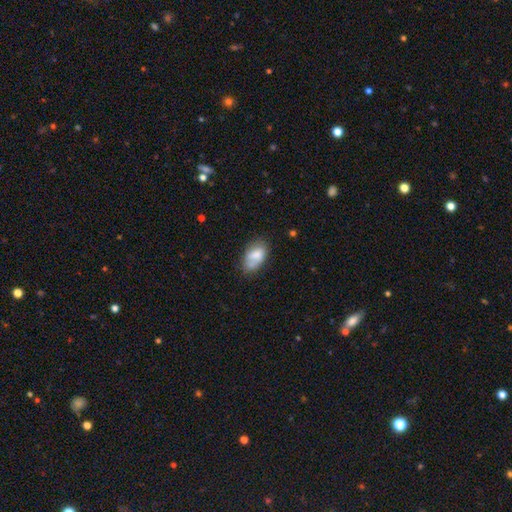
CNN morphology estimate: Smooth or featured: smooth — 72% (featured or disk — 20%)
How rounded: in between — 92% (round — 6%)
Merging: none — 52% (minor disturbance — 30%)